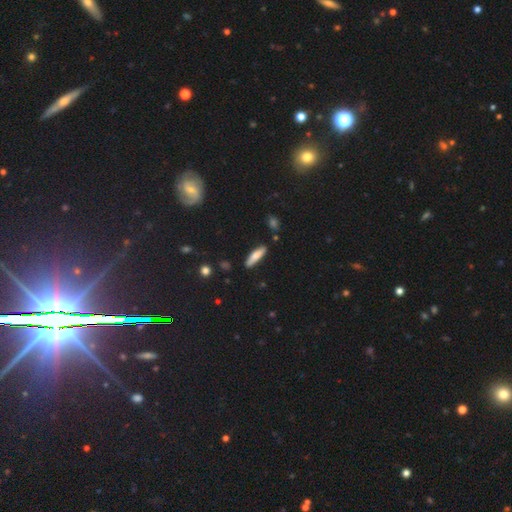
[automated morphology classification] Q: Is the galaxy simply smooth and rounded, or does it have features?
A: smooth — 74%.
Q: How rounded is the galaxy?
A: cigar-shaped — 72%.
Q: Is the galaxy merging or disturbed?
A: none — 84%.